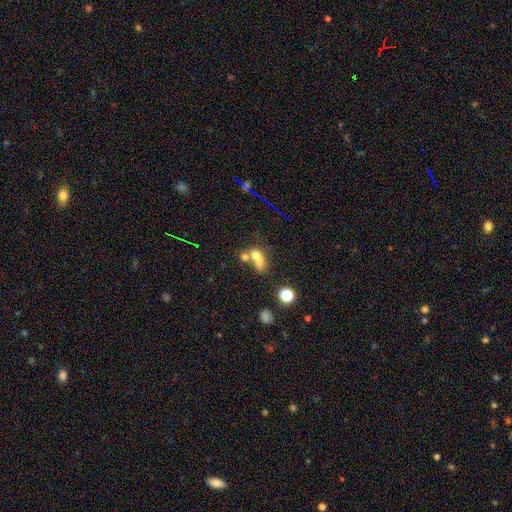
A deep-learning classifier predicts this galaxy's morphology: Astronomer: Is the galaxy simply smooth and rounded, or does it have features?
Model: smooth — 62%.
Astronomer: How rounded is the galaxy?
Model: in between — 49% (runner-up: round, 46%).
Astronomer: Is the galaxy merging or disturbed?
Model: merger — 61%.